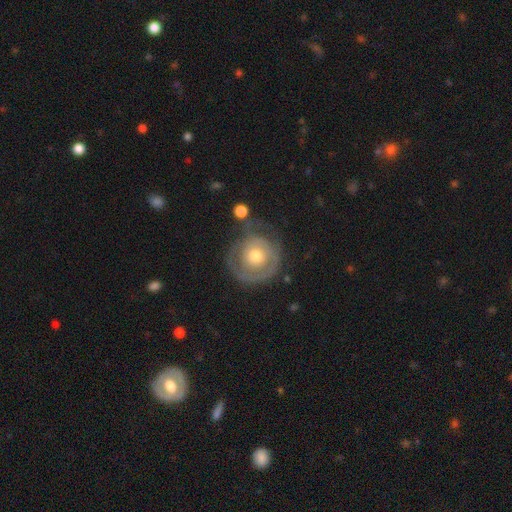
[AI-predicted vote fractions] A featured or disk galaxy (59%) with no bar (86%), spiral arms (55%) and a moderate central bulge (66%). Merging: none (53%).